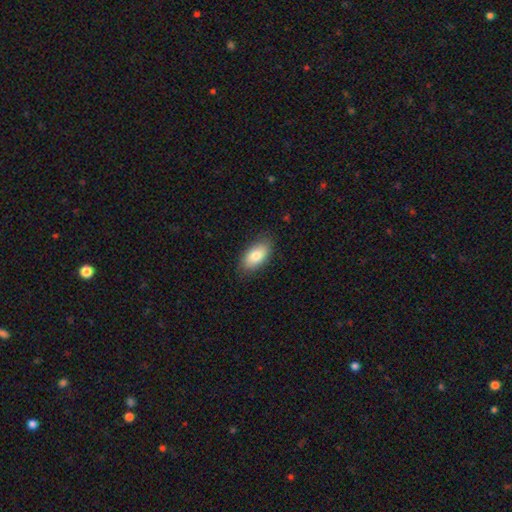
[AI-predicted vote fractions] Smooth or featured? Predicted: smooth (p=0.80). How rounded? Predicted: in between (p=0.92). Merging? Predicted: none (p=0.85).